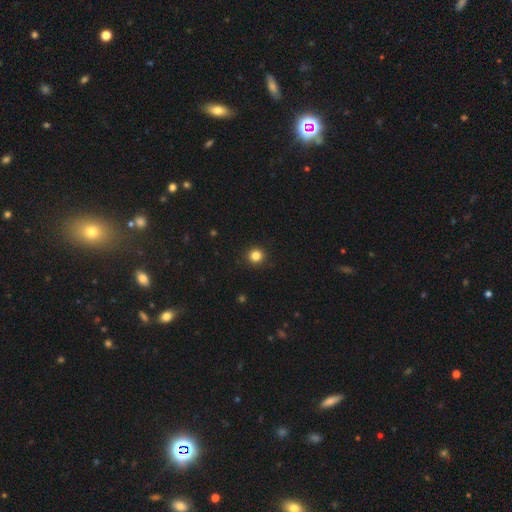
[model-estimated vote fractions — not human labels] Smooth or featured? smooth (84%)
How rounded? round (94%)
Merging? none (93%)